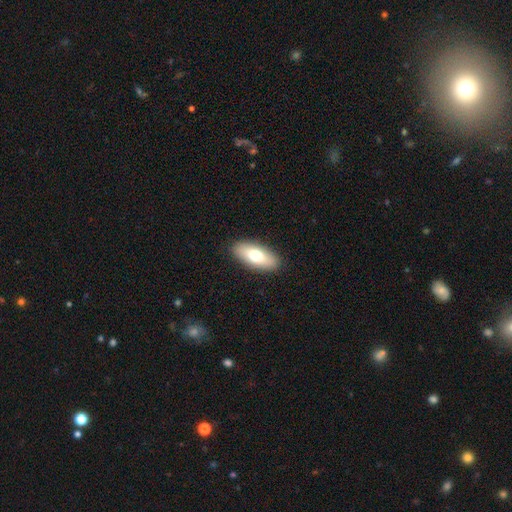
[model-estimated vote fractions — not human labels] The model was most divided on "smooth or featured": smooth: 73%, featured or disk: 21%, star or artifact: 6%. More confident: merging — none (90%); how rounded — in between (82%).